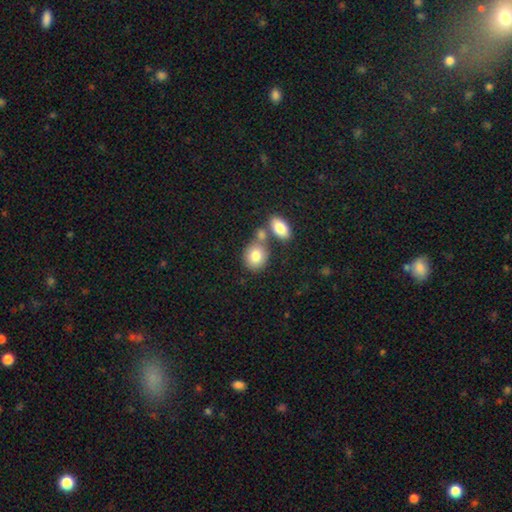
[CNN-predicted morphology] Smooth or featured? Predicted: smooth (p=0.80). How rounded? Predicted: round (p=0.55). Merging? Predicted: none (p=0.52).